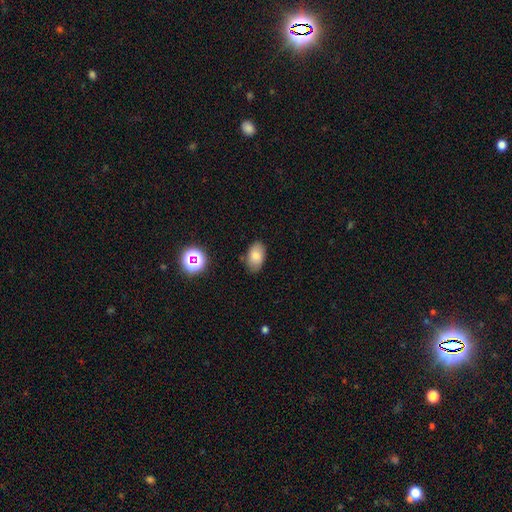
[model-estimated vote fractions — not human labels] Smooth or featured: smooth — 79% (star or artifact — 10%)
How rounded: in between — 91% (round — 8%)
Merging: none — 81% (minor disturbance — 14%)